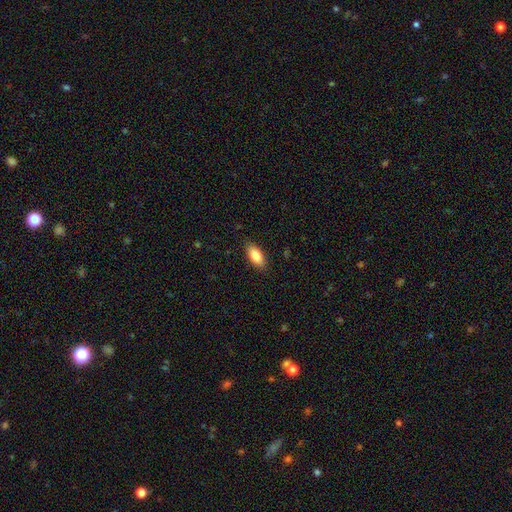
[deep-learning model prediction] smooth_or_featured: smooth (p=0.86) [alt: featured or disk p=0.08]
how_rounded: in between (p=0.87) [alt: cigar-shaped p=0.11]
merging: none (p=0.87) [alt: minor disturbance p=0.10]